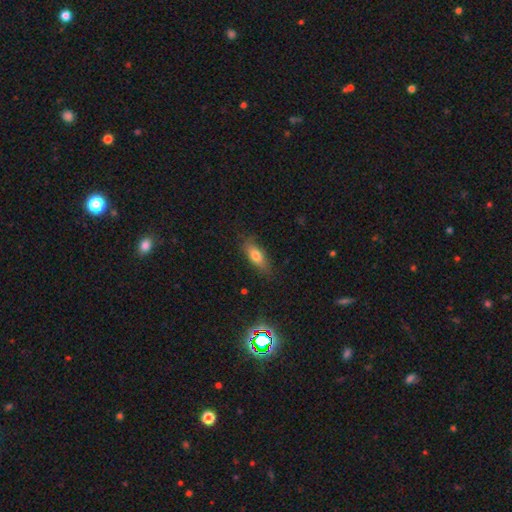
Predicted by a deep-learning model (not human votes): Q: Smooth or featured?
A: smooth (72%); runner-up: featured or disk (19%)
Q: How rounded?
A: in between (68%); runner-up: cigar-shaped (28%)
Q: Merging?
A: none (81%); runner-up: minor disturbance (15%)